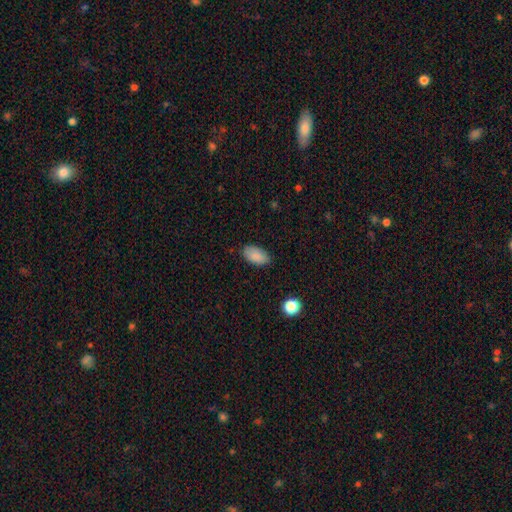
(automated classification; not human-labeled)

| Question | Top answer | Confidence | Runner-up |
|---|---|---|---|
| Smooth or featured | smooth | 88% | star or artifact (8%) |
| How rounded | in between | 94% | round (3%) |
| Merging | none | 83% | minor disturbance (14%) |